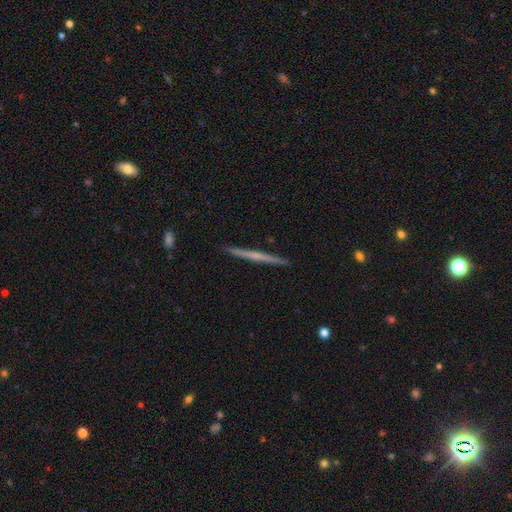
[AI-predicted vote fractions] Overall: featured or disk (56%; smooth 38%). Edge-on disk: yes (98%). Edge-on bulge: none (78%). Merging: none (93%).